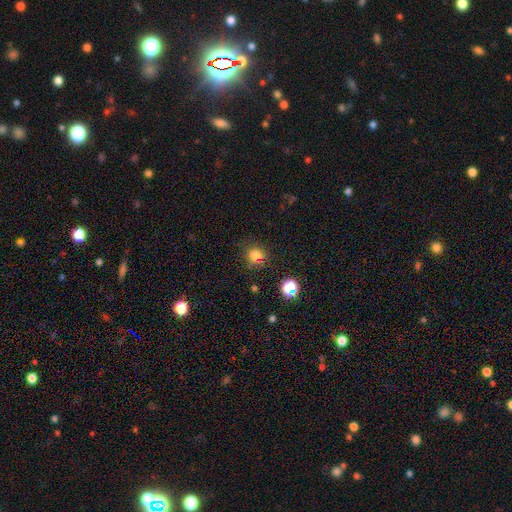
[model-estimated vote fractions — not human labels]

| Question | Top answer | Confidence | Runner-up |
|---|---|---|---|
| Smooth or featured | smooth | 76% | star or artifact (18%) |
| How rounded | round | 84% | in between (15%) |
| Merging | none | 80% | minor disturbance (13%) |